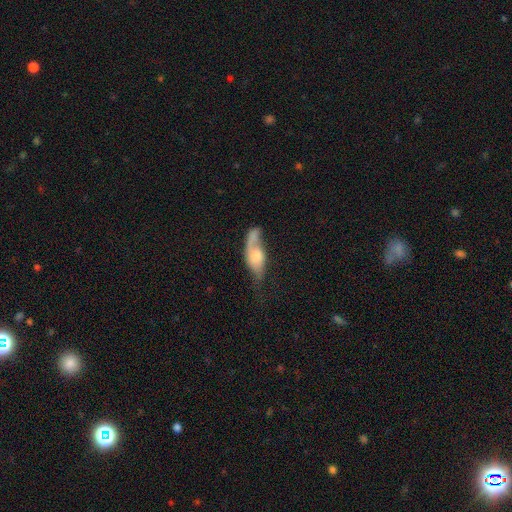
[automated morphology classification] A featured or disk galaxy (54%). Merging: none (33%).